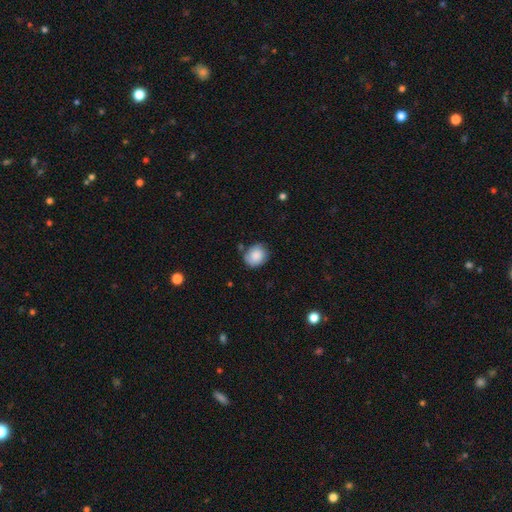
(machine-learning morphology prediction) The model was most divided on "how rounded": round: 66%, in between: 33%, cigar-shaped: 1%. More confident: smooth or featured — smooth (85%); merging — none (71%).